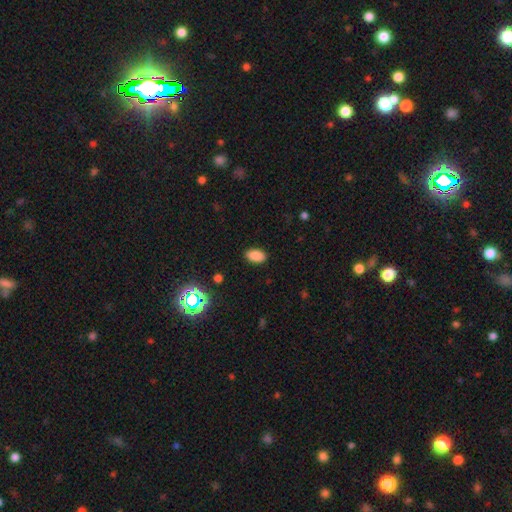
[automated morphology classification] A smooth galaxy with no disk features (85%) that is in between round and cigar-shaped (92%).

Vote fractions:
- Smooth or featured? smooth: 85% / star or artifact: 11% / featured or disk: 4%
- How rounded? in between: 92% / round: 5% / cigar-shaped: 2%
- Merging? none: 88% / minor disturbance: 8% / major disturbance: 2% / merger: 1%